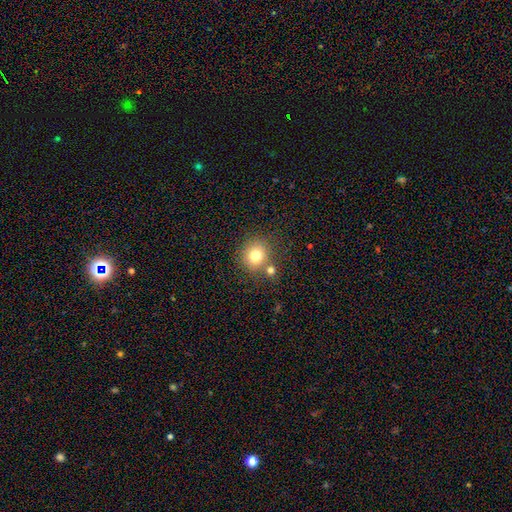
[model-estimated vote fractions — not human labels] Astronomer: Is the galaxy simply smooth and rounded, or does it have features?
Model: smooth — 77%.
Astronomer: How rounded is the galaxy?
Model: round — 85%.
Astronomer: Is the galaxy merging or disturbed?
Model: none — 70%.